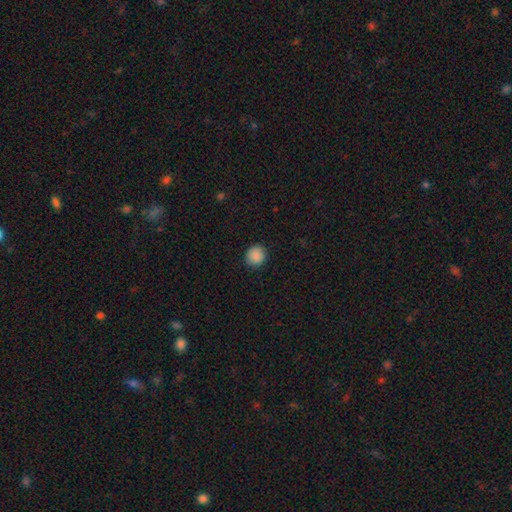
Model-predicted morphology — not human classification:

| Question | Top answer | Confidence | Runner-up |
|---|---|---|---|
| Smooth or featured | smooth | 88% | star or artifact (9%) |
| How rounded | round | 87% | in between (12%) |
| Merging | none | 89% | minor disturbance (8%) |